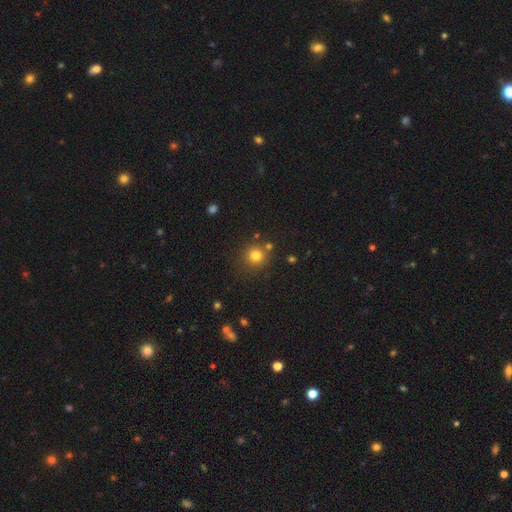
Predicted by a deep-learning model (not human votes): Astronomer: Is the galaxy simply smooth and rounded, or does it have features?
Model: smooth — 79%.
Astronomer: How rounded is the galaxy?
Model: round — 93%.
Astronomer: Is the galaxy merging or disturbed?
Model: none — 81%.